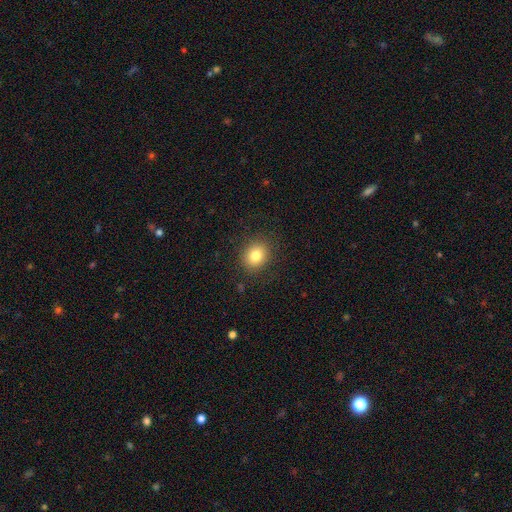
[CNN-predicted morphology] This is clearly a smooth galaxy (81%). How rounded: likely round (70%). Merging: clearly none (88%).